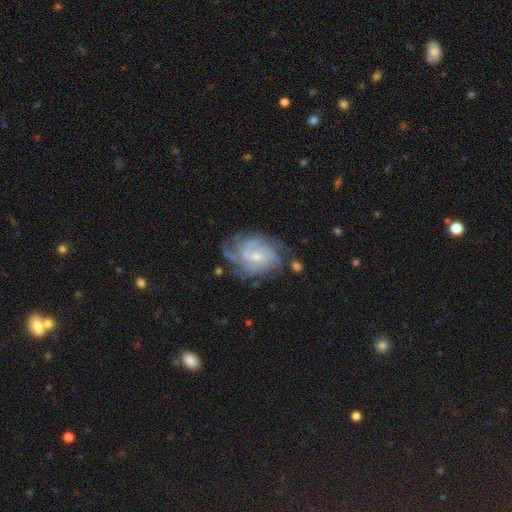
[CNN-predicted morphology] Q: Smooth or featured?
A: featured or disk (83%); runner-up: smooth (11%)
Q: Edge-on disk?
A: no (98%); runner-up: yes (2%)
Q: Bar?
A: no (50%); runner-up: weak (43%)
Q: Spiral arms?
A: yes (93%); runner-up: no (7%)
Q: Spiral winding?
A: tight (53%); runner-up: medium (36%)
Q: Spiral arm count?
A: can't tell (37%); runner-up: 3 (20%)
Q: Bulge size?
A: small (62%); runner-up: moderate (33%)
Q: Merging?
A: none (58%); runner-up: minor disturbance (24%)